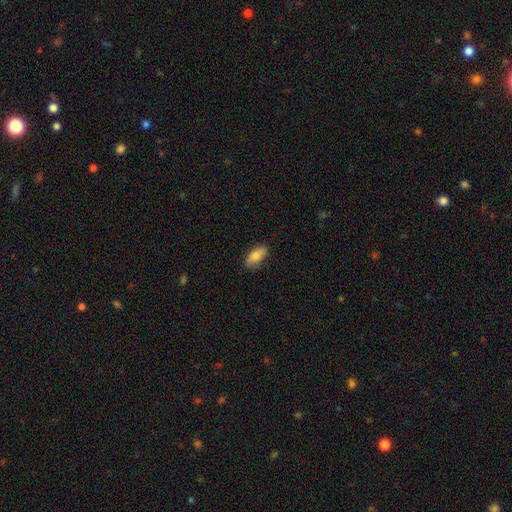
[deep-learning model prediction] Morphology: type=smooth (78%); roundness=in between (87%); merging=none (81%).